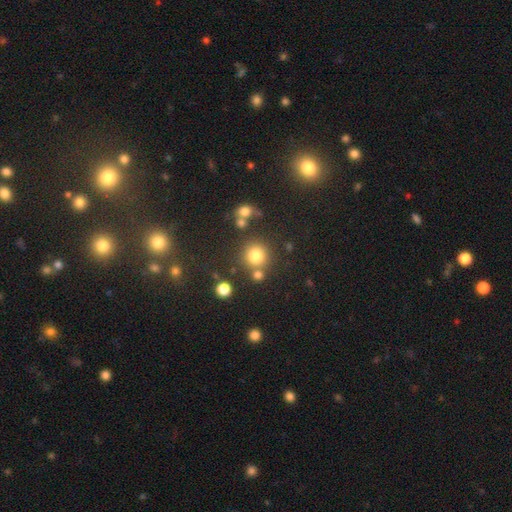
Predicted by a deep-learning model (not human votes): smooth-or-featured: smooth: 78% | star or artifact: 15% | featured or disk: 7%
  how-rounded: round: 91% | in between: 8% | cigar-shaped: 1%
  merging: none: 73% | merger: 14% | minor disturbance: 9% | major disturbance: 4%